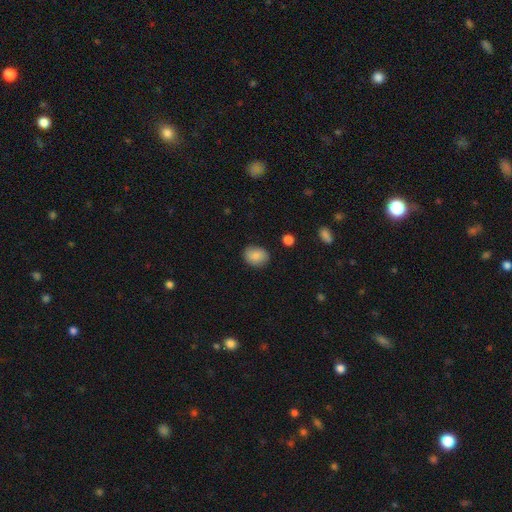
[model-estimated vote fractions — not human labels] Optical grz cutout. It shows a smooth galaxy with no disk features (86%) that is in between round and cigar-shaped (57%). Merging: none (84%).